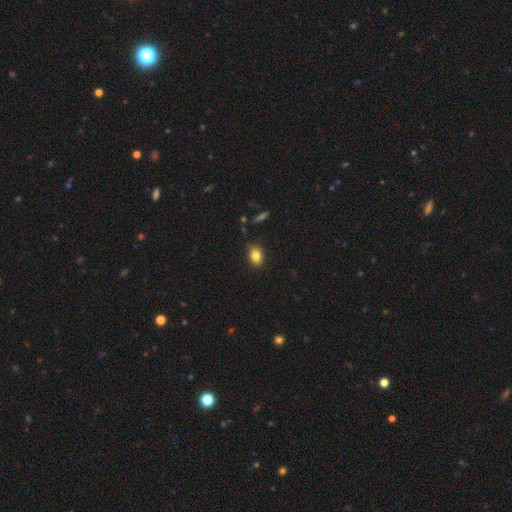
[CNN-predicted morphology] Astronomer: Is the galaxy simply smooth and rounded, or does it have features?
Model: smooth — 83%.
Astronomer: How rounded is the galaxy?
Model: in between — 67%.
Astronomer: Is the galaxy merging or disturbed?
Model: none — 82%.